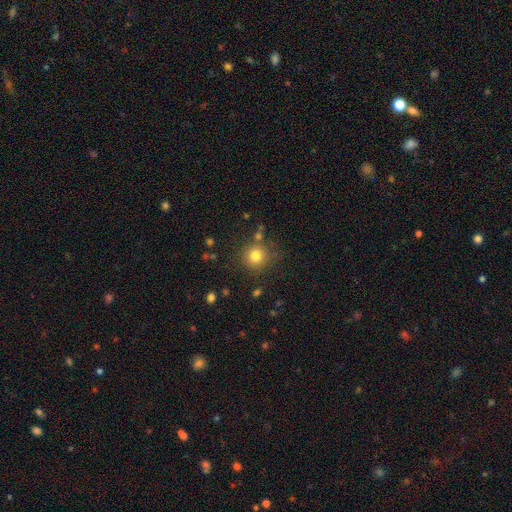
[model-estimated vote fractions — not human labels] Smooth or featured? smooth (80%)
How rounded? round (93%)
Merging? none (81%)